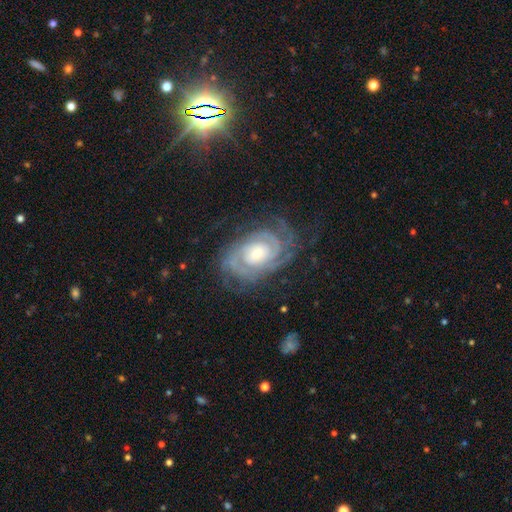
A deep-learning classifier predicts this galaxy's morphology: smooth_or_featured: featured or disk (p=0.90) [alt: star or artifact p=0.06]
disk_edge_on: no (p=0.97) [alt: yes p=0.03]
bar: no (p=0.68) [alt: weak p=0.23]
has_spiral_arms: yes (p=0.98) [alt: no p=0.02]
spiral_winding: tight (p=0.79) [alt: medium p=0.18]
spiral_arm_count: 2 (p=0.31) [alt: can't tell p=0.23]
bulge_size: moderate (p=0.49) [alt: small p=0.45]
merging: none (p=0.74) [alt: minor disturbance p=0.17]